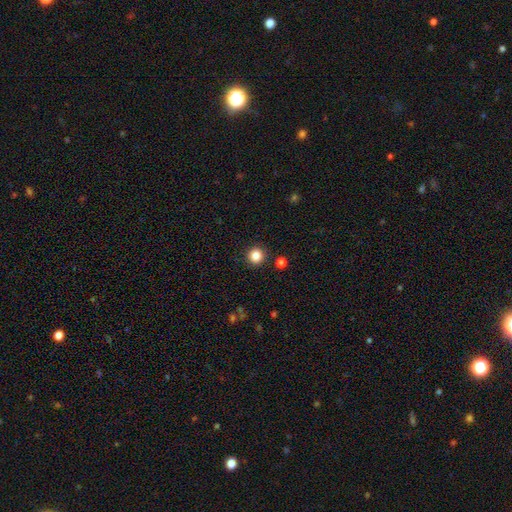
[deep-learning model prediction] This is clearly a smooth galaxy (85%). How rounded: clearly round (92%). Merging: clearly none (91%).